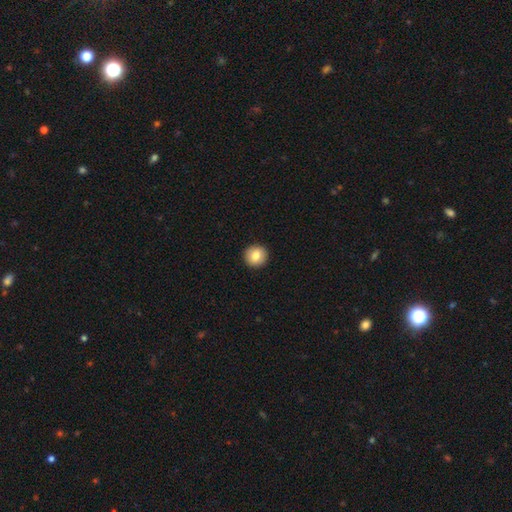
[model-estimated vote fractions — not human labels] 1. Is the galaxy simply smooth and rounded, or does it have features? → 82% smooth, 10% featured or disk, 8% star or artifact.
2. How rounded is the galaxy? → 94% round, 5% in between, 1% cigar-shaped.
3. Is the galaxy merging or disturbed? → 93% none, 4% minor disturbance, 1% major disturbance, 1% merger.